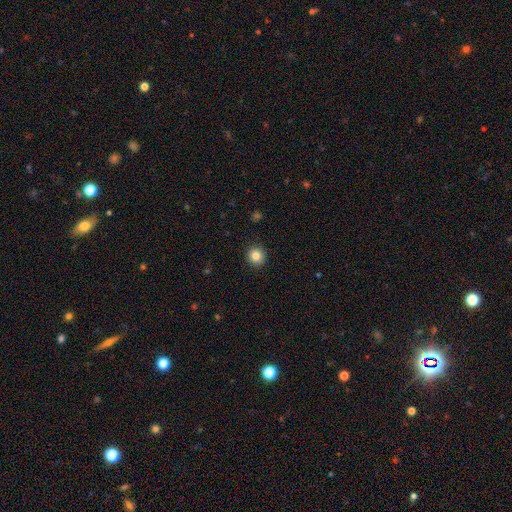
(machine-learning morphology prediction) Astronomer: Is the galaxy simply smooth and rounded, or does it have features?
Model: smooth — 84%.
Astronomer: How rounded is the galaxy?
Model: round — 92%.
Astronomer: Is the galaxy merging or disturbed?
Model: none — 92%.